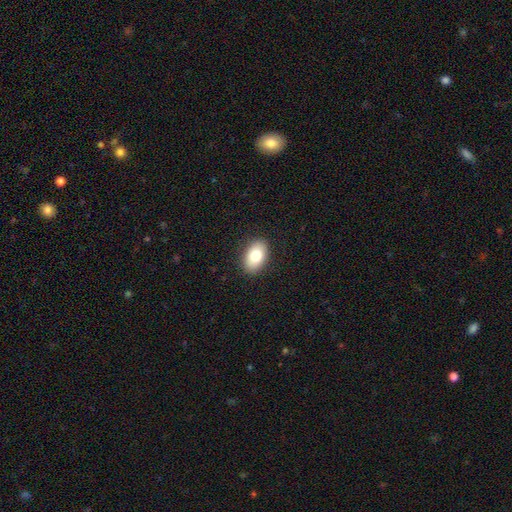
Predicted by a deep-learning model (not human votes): A smooth galaxy with no disk features (79%) that is in between round and cigar-shaped (91%).

Vote fractions:
- Smooth or featured? smooth: 79% / featured or disk: 13% / star or artifact: 7%
- How rounded? in between: 91% / round: 8% / cigar-shaped: 1%
- Merging? none: 89% / minor disturbance: 8% / major disturbance: 2% / merger: 1%